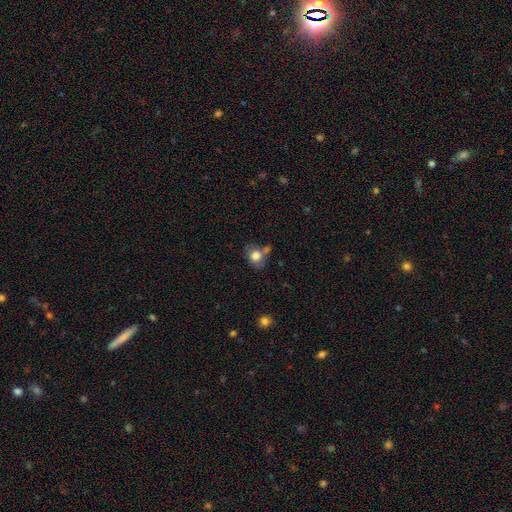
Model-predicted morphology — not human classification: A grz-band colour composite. It shows a smooth galaxy with no disk features (79%) that is round (49%, tied with in between). Merging: none (52%).